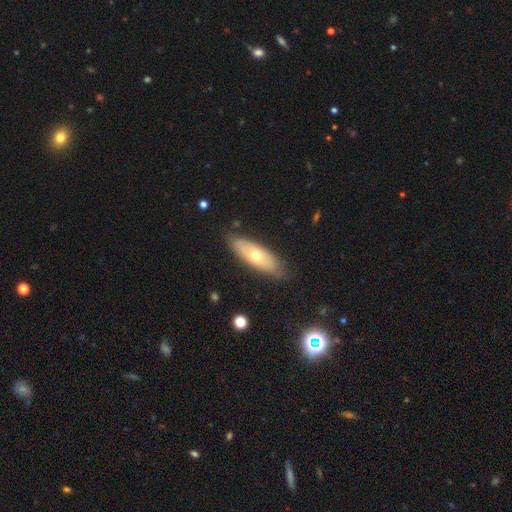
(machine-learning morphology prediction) Overall: smooth (50%; featured or disk 44%). Merging: none (82%).